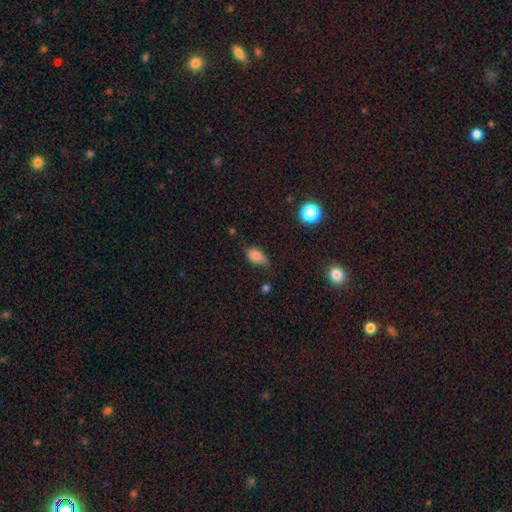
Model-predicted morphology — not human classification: Smooth or featured: smooth — 76% (featured or disk — 14%)
How rounded: in between — 86% (round — 9%)
Merging: none — 60% (minor disturbance — 30%)